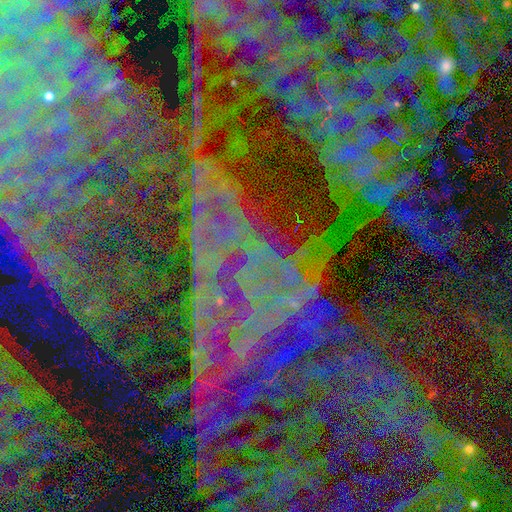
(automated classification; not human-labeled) The model was most divided on "smooth or featured": star or artifact: 86%, featured or disk: 8%, smooth: 6%.